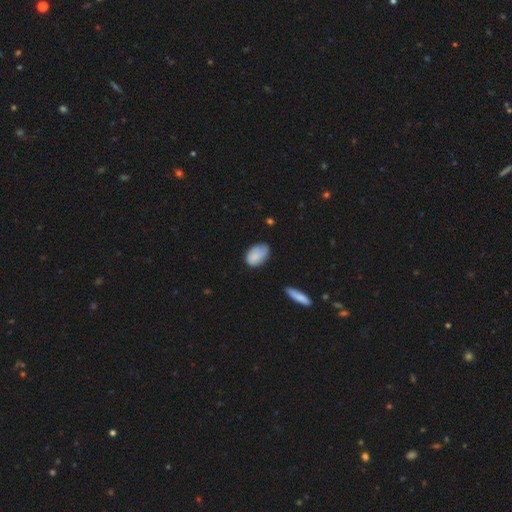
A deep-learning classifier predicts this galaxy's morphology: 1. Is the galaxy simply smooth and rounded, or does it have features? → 82% smooth, 11% featured or disk, 7% star or artifact.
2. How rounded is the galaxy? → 90% in between, 9% round, 1% cigar-shaped.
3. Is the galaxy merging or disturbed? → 58% none, 33% minor disturbance, 6% major disturbance, 2% merger.